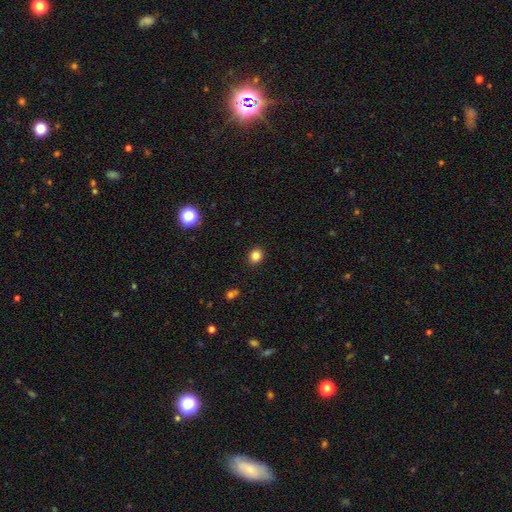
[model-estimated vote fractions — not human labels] smooth-or-featured: smooth: 83% | star or artifact: 12% | featured or disk: 5%
  how-rounded: round: 74% | in between: 25% | cigar-shaped: 1%
  merging: none: 91% | minor disturbance: 6% | major disturbance: 2% | merger: 1%